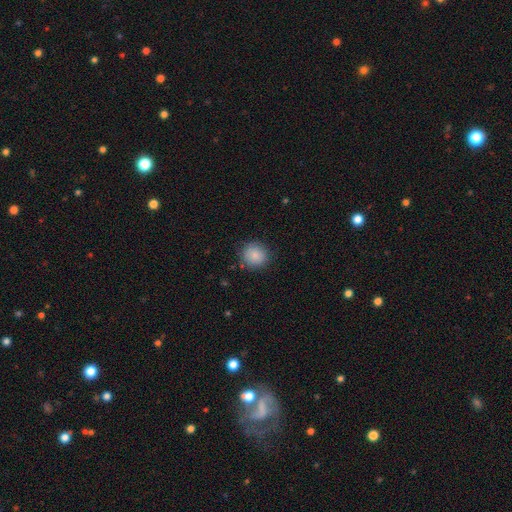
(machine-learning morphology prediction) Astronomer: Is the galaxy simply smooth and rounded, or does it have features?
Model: smooth — 87%.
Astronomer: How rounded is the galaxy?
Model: round — 90%.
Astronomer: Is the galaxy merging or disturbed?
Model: none — 86%.